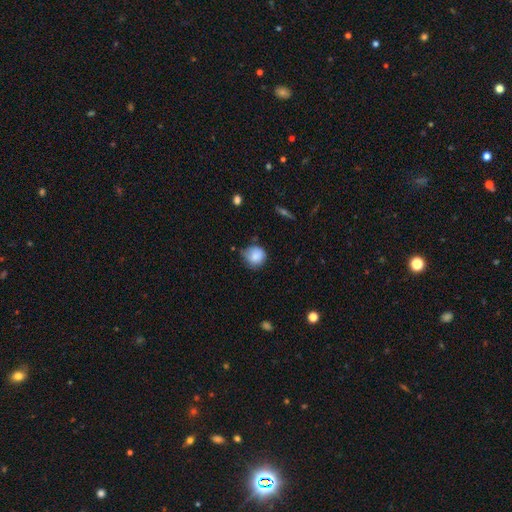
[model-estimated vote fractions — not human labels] Overall: smooth (83%). How rounded: round (88%). Merging: none (57%; minor disturbance 33%).